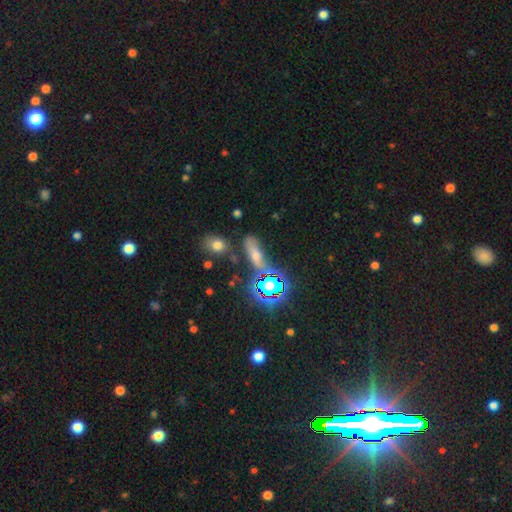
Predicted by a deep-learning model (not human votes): A smooth galaxy with no disk features (43%). Merging: none (65%).